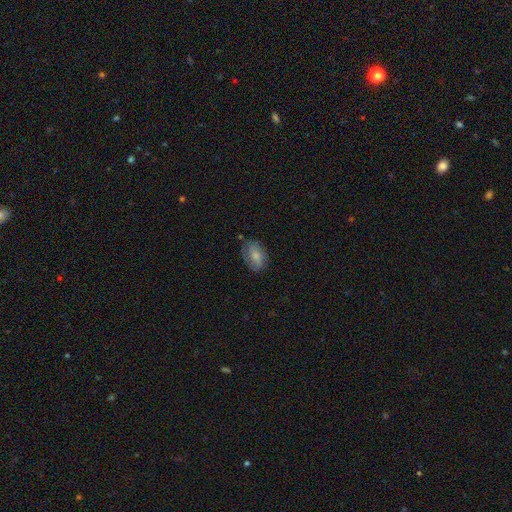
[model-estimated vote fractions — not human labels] smooth-or-featured: smooth: 69% | featured or disk: 23% | star or artifact: 7%
  how-rounded: in between: 86% | round: 12% | cigar-shaped: 2%
  merging: none: 67% | minor disturbance: 24% | major disturbance: 7% | merger: 2%